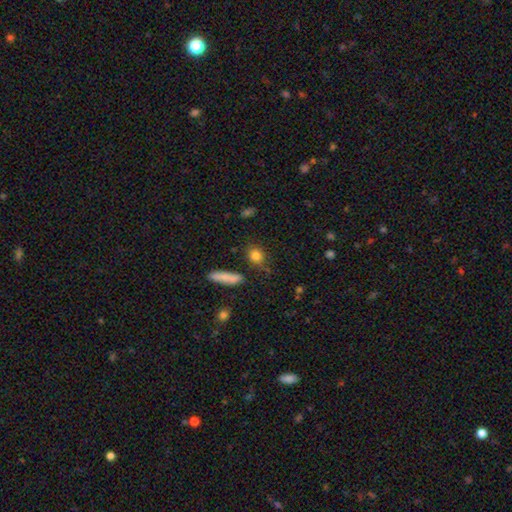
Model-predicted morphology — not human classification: A smooth galaxy with no disk features (81%) that is round (58%). Merging: none (74%).